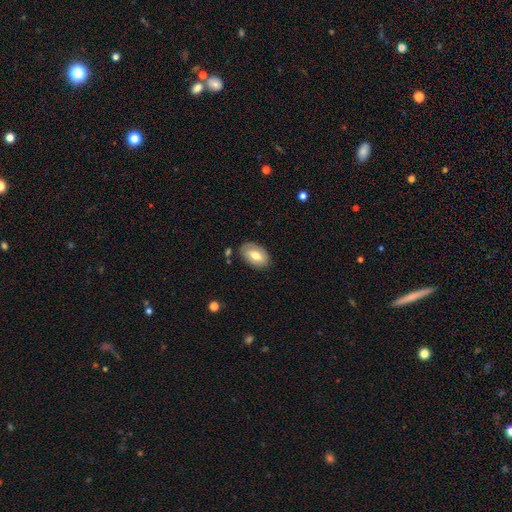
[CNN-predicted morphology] type=smooth (65%); roundness=in between (91%); merging=none (80%).